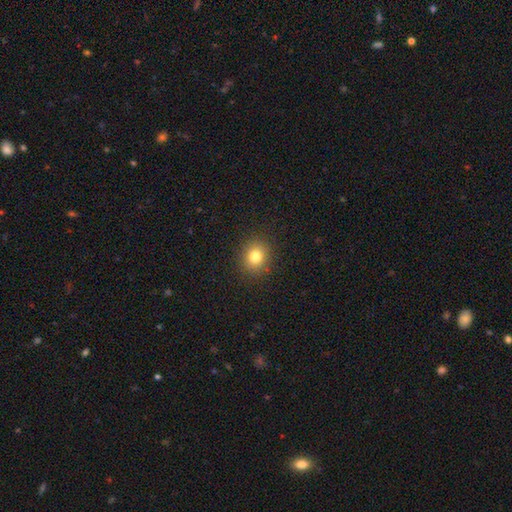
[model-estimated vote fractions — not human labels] The model was most divided on "how rounded": round: 76%, in between: 23%, cigar-shaped: 1%. More confident: merging — none (90%); smooth or featured — smooth (80%).